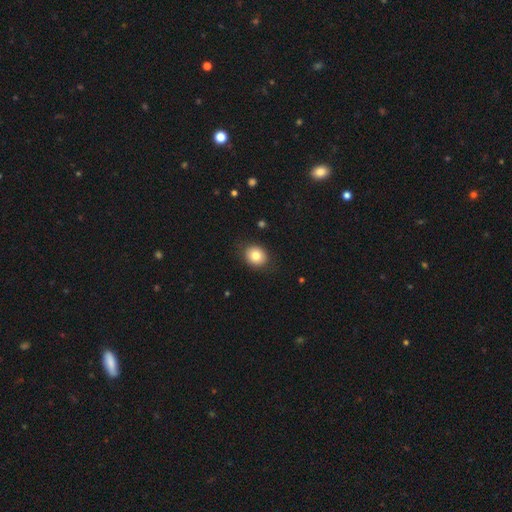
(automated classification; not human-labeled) A smooth galaxy with no disk features (80%) that is round (63%).

Vote fractions:
- Smooth or featured? smooth: 80% / featured or disk: 10% / star or artifact: 10%
- How rounded? round: 63% / in between: 36% / cigar-shaped: 1%
- Merging? none: 86% / minor disturbance: 10% / major disturbance: 3% / merger: 1%